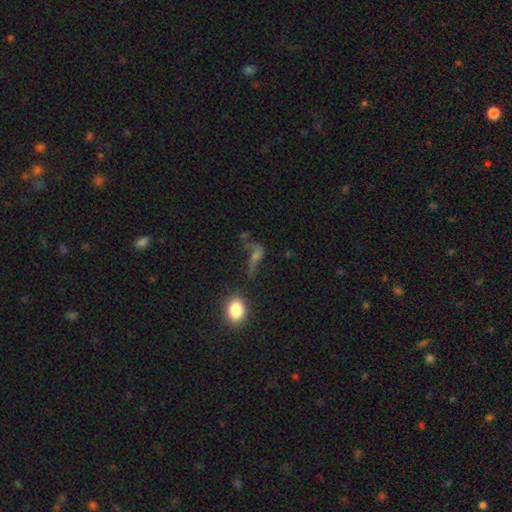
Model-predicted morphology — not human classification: Smooth or featured: featured or disk — 39% (smooth — 38%)
Merging: none — 43% (major disturbance — 27%)